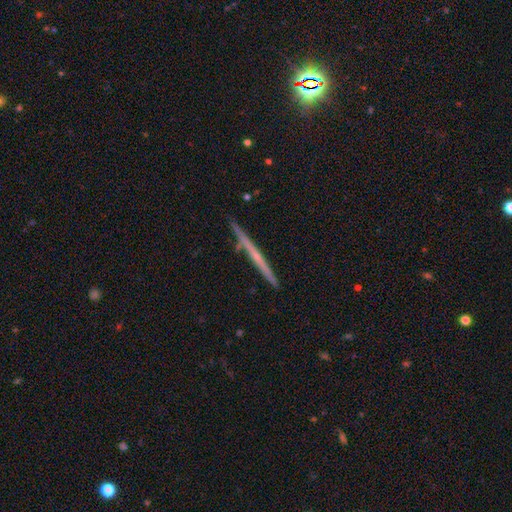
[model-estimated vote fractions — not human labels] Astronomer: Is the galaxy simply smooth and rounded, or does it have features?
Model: featured or disk — 64%.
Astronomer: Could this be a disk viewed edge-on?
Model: yes — 97%.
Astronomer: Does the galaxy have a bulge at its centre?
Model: none — 72%.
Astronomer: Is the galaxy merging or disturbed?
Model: none — 87%.